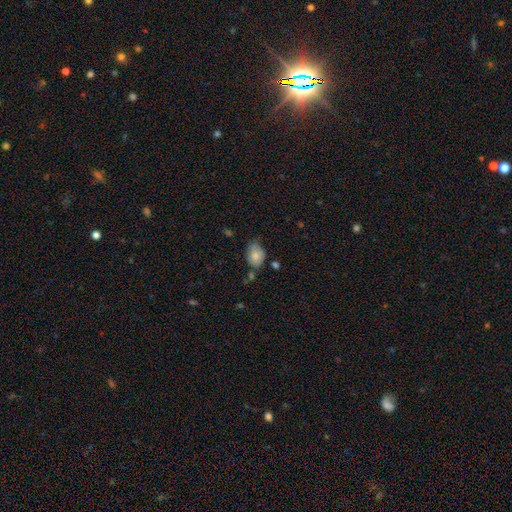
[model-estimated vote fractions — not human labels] Smooth or featured? Predicted: smooth (p=0.79). How rounded? Predicted: in between (p=0.76). Merging? Predicted: none (p=0.56).